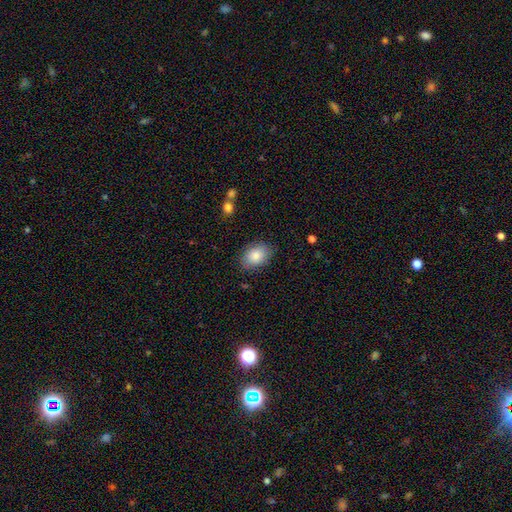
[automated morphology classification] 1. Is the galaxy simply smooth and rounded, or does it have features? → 85% smooth, 8% featured or disk, 7% star or artifact.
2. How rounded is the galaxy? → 81% in between, 17% round, 1% cigar-shaped.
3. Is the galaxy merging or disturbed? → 83% none, 13% minor disturbance, 3% major disturbance, 1% merger.